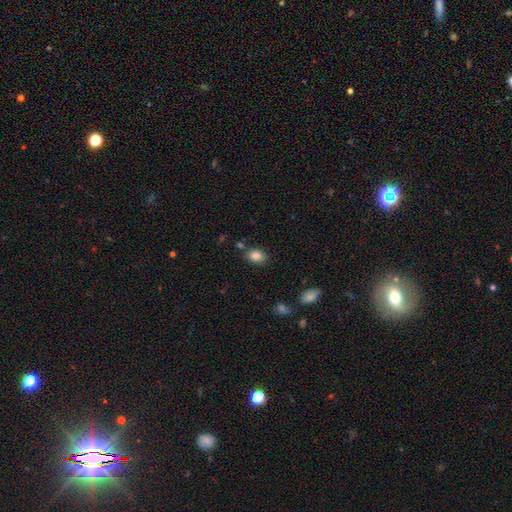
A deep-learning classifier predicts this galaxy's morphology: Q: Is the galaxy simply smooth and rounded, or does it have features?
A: smooth — 85%.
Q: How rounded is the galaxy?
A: in between — 68%.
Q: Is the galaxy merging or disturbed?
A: none — 77%.